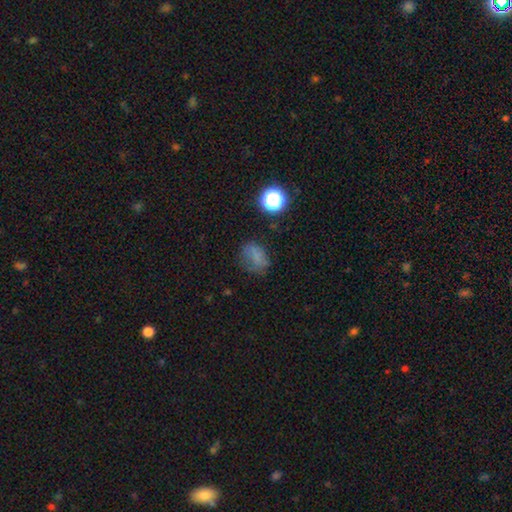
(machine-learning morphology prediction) smooth_or_featured: smooth (p=0.66) [alt: star or artifact p=0.21]
how_rounded: in between (p=0.61) [alt: round p=0.37]
merging: none (p=0.58) [alt: minor disturbance p=0.25]